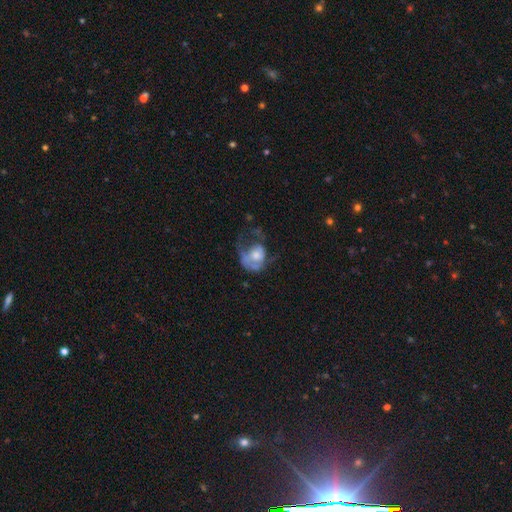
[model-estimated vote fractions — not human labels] A featured or disk galaxy (48%). Merging: major disturbance (55%).